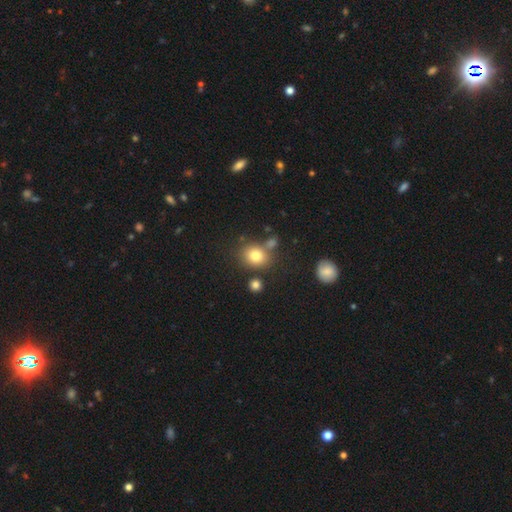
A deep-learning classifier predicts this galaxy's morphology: smooth_or_featured: smooth (p=0.78) [alt: star or artifact p=0.13]
how_rounded: round (p=0.67) [alt: in between p=0.32]
merging: none (p=0.69) [alt: merger p=0.13]